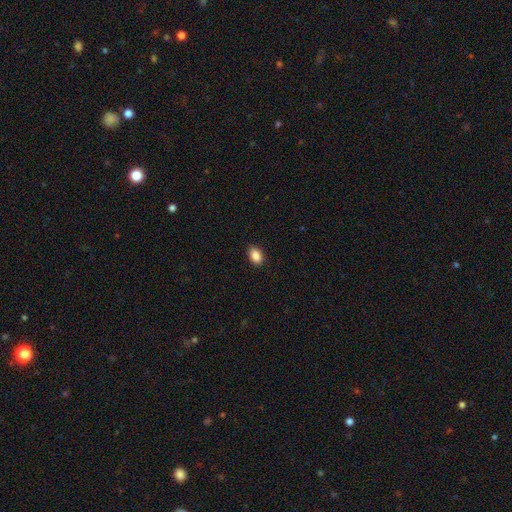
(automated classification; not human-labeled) smooth_or_featured: smooth (p=0.88) [alt: star or artifact p=0.08]
how_rounded: in between (p=0.86) [alt: round p=0.12]
merging: none (p=0.89) [alt: minor disturbance p=0.08]